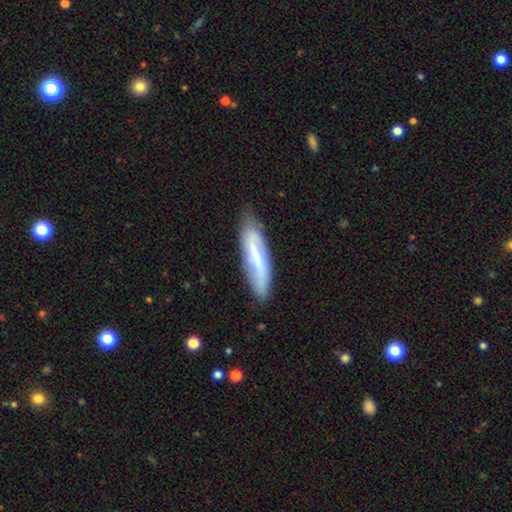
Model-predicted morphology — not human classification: A featured or disk galaxy (52%). Merging: none (76%).